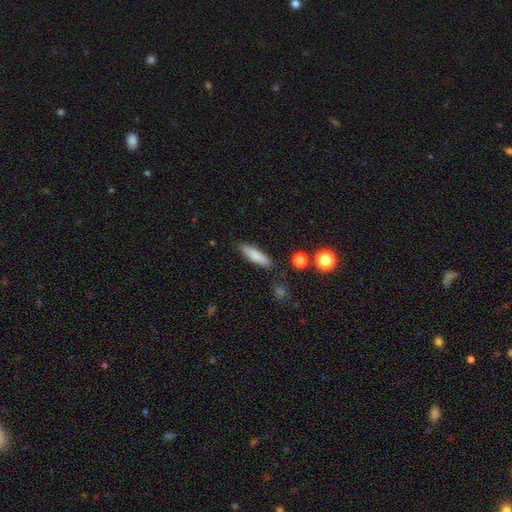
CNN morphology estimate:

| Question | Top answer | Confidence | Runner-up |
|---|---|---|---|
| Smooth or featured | smooth | 80% | featured or disk (12%) |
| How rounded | cigar-shaped | 70% | in between (28%) |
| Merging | none | 84% | minor disturbance (11%) |